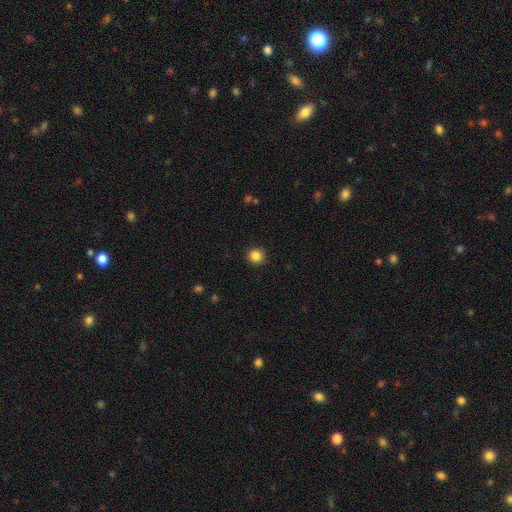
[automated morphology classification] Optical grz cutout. It shows a smooth galaxy with no disk features (86%) that is round (94%). Merging: none (92%).